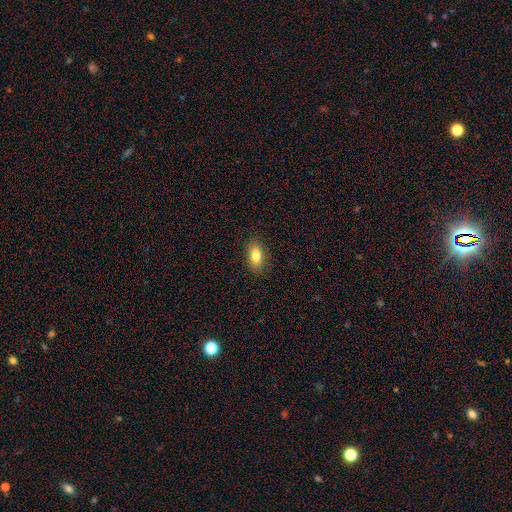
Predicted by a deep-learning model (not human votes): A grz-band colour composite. It shows a smooth galaxy with no disk features (81%) that is in between round and cigar-shaped (88%). Merging: none (88%).